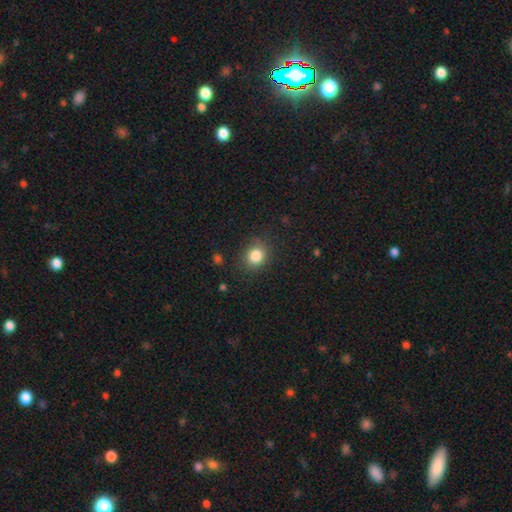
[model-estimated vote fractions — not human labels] Q: Smooth or featured?
A: smooth (84%); runner-up: star or artifact (11%)
Q: How rounded?
A: round (75%); runner-up: in between (24%)
Q: Merging?
A: none (82%); runner-up: minor disturbance (13%)